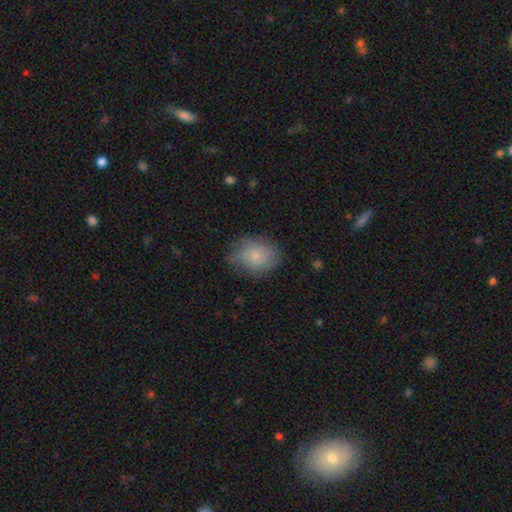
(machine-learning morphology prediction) Q: Smooth or featured?
A: smooth (74%); runner-up: featured or disk (18%)
Q: How rounded?
A: in between (54%); runner-up: round (45%)
Q: Merging?
A: none (67%); runner-up: minor disturbance (25%)